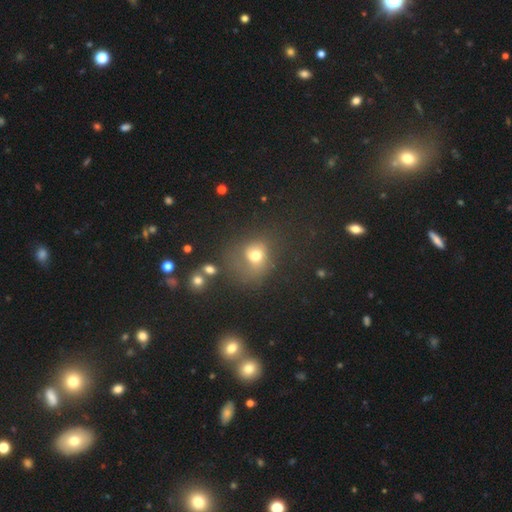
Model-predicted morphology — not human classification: smooth 67%, star or artifact 17%, featured or disk 16%. Down the decision tree: how rounded — round (68%); merging — none (41%).